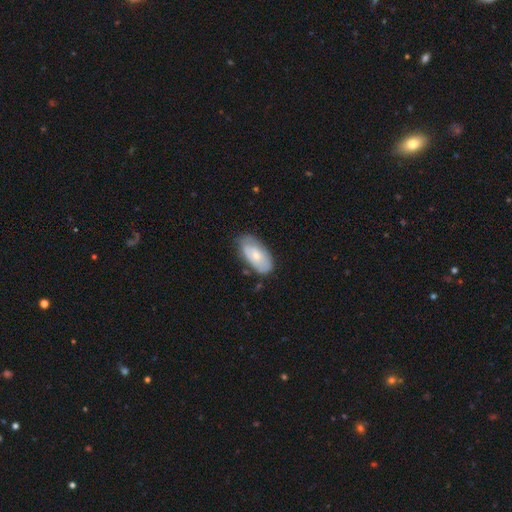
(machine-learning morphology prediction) This appears to be a smooth galaxy with no disk features (57%) that is in between round and cigar-shaped (93%). Merging: none (63%).